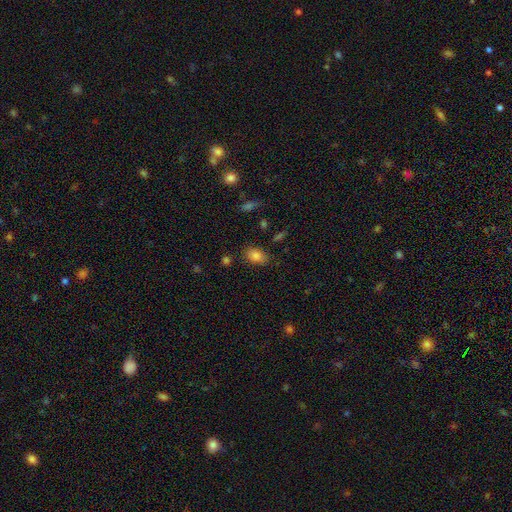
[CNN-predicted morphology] Smooth or featured?
  - smooth: 84% *
  - star or artifact: 10%
  - featured or disk: 6%
How rounded?
  - in between: 83% *
  - round: 16%
  - cigar-shaped: 1%
Merging?
  - none: 79% *
  - minor disturbance: 15%
  - major disturbance: 4%
  - merger: 3%